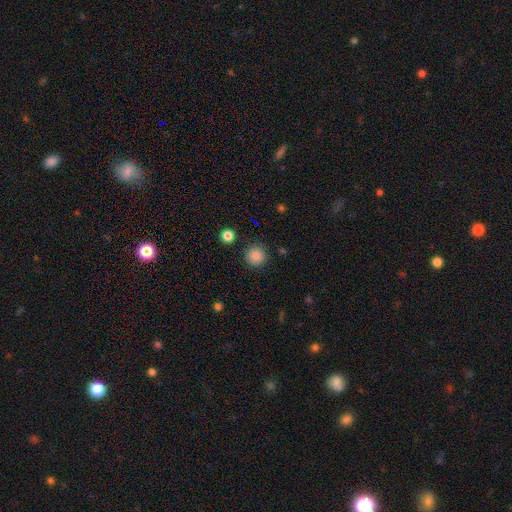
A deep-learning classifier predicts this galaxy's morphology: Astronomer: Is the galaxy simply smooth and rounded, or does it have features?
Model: smooth — 85%.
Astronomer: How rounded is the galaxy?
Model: round — 95%.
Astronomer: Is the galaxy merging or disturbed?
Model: none — 89%.